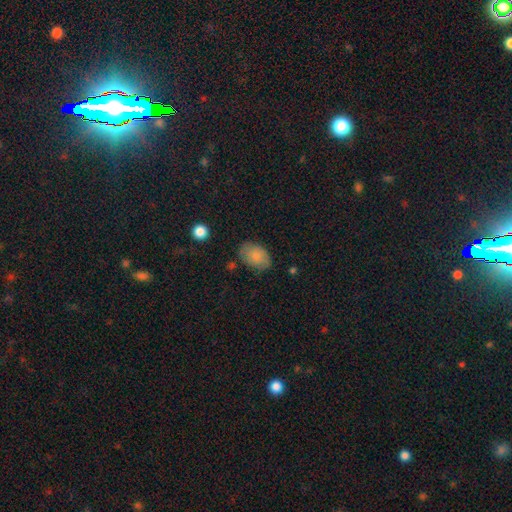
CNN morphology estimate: smooth-or-featured: smooth: 80% | featured or disk: 13% | star or artifact: 7%
  how-rounded: in between: 87% | round: 12% | cigar-shaped: 1%
  merging: none: 74% | minor disturbance: 19% | major disturbance: 5% | merger: 2%